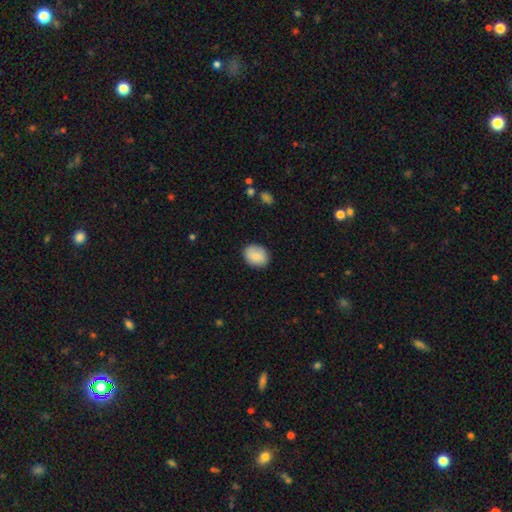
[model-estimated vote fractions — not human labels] This is clearly a smooth galaxy (86%). How rounded: possibly in between (51%). Merging: clearly none (86%).